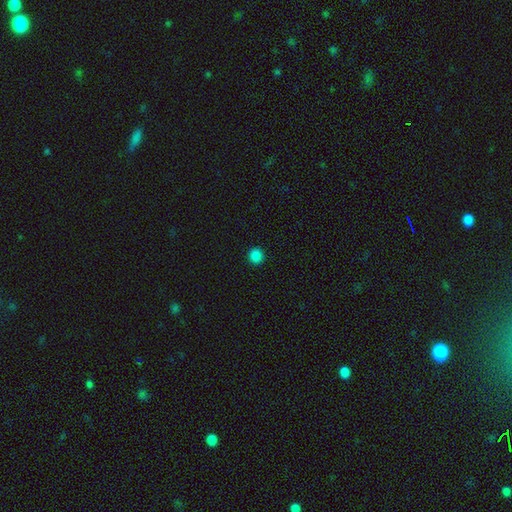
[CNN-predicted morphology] Smooth or featured? Predicted: smooth (p=0.85). How rounded? Predicted: round (p=0.91). Merging? Predicted: none (p=0.93).